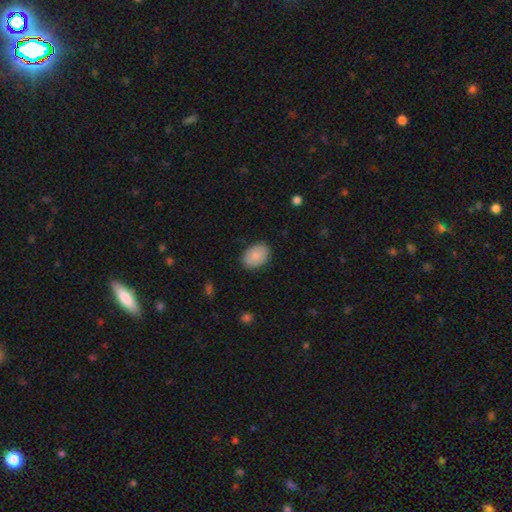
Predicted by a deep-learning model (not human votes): Smooth or featured? Predicted: smooth (p=0.84). How rounded? Predicted: in between (p=0.79). Merging? Predicted: none (p=0.85).